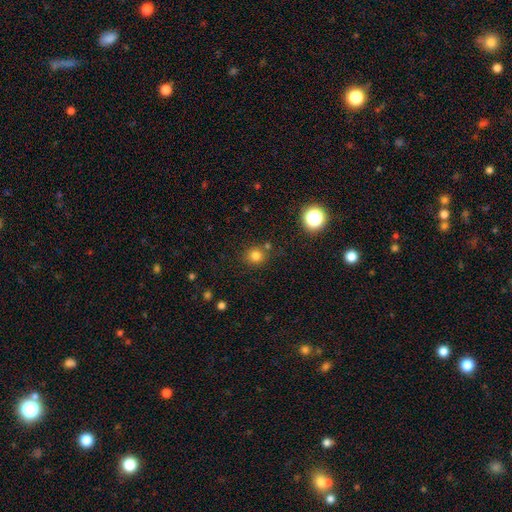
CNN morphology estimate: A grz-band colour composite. It shows a smooth galaxy with no disk features (79%) that is round (87%). Merging: none (79%).